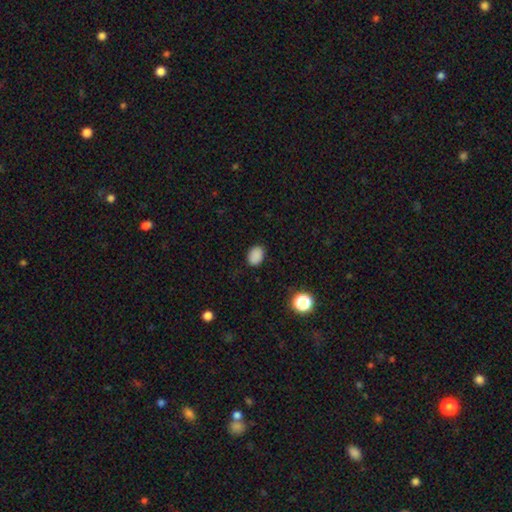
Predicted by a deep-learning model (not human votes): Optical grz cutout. It shows a smooth galaxy with no disk features (86%) that is in between round and cigar-shaped (77%). Merging: none (86%).